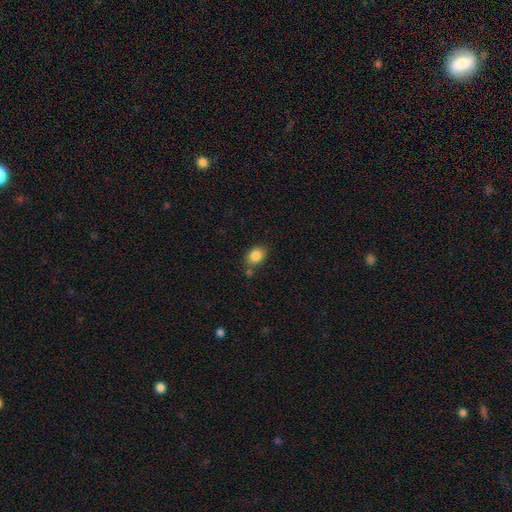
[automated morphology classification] A smooth galaxy with no disk features (86%) that is in between round and cigar-shaped (69%). Merging: none (70%).